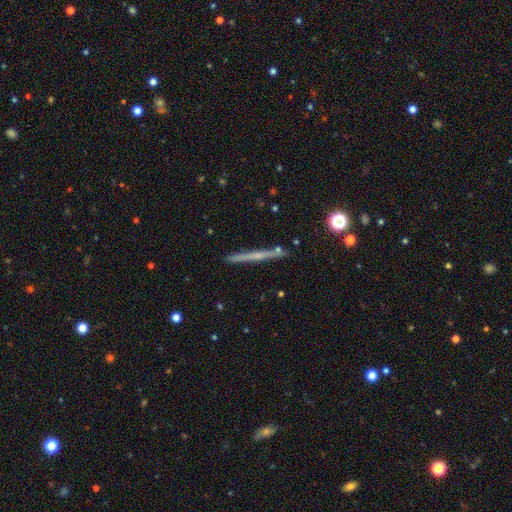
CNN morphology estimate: This appears to be a featured or disk galaxy (61%) viewed edge-on (97%) with no central bulge (64%). Merging: none (88%).